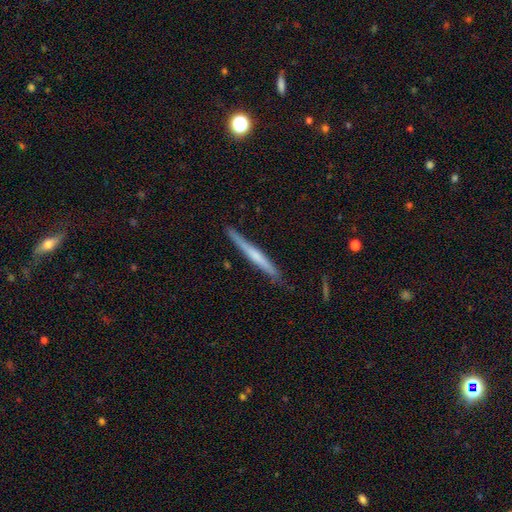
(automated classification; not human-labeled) A featured or disk galaxy (52%) viewed edge-on (97%) with no central bulge (57%).

Vote fractions:
- Smooth or featured? featured or disk: 52% / smooth: 42% / star or artifact: 6%
- Edge-on disk? yes: 97% / no: 3%
- Edge-on bulge? none: 57% / rounded: 31% / boxy: 11%
- Merging? none: 86% / minor disturbance: 11% / major disturbance: 2% / merger: 1%